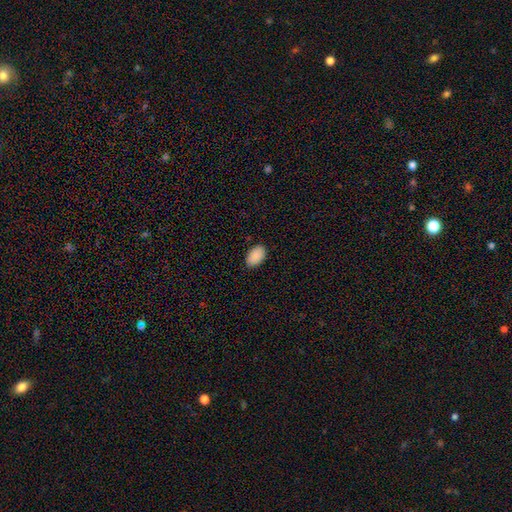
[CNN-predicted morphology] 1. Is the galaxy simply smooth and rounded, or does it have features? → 89% smooth, 7% star or artifact, 4% featured or disk.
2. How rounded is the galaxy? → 92% in between, 6% round, 1% cigar-shaped.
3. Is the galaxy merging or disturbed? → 87% none, 10% minor disturbance, 2% major disturbance, 1% merger.